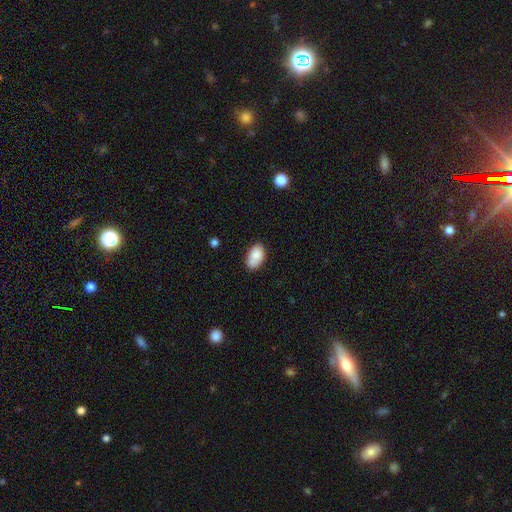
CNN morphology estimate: A smooth galaxy with no disk features (84%) that is in between round and cigar-shaped (93%).

Vote fractions:
- Smooth or featured? smooth: 84% / featured or disk: 9% / star or artifact: 7%
- How rounded? in between: 93% / round: 5% / cigar-shaped: 1%
- Merging? none: 71% / minor disturbance: 21% / merger: 4% / major disturbance: 4%